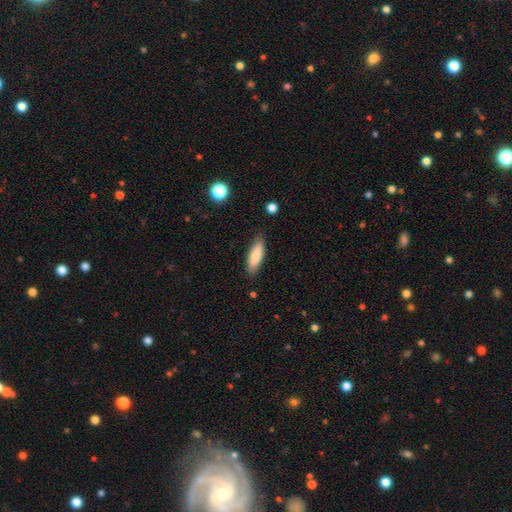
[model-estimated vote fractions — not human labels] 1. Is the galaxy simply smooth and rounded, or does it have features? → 82% smooth, 12% featured or disk, 6% star or artifact.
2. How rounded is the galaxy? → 53% in between, 45% cigar-shaped, 2% round.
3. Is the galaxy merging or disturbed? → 83% none, 13% minor disturbance, 2% major disturbance, 1% merger.